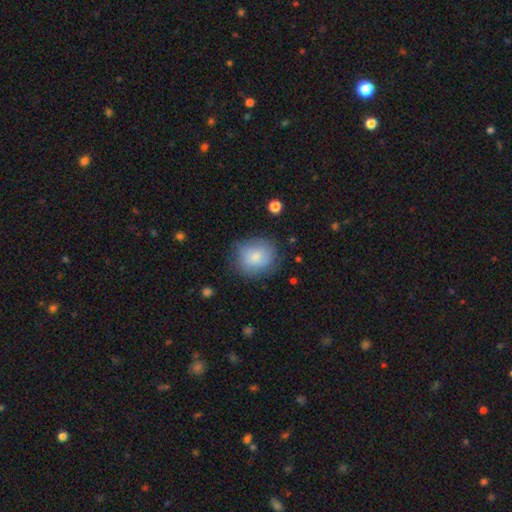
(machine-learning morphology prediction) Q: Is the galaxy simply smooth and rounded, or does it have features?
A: smooth — 80%.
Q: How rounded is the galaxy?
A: round — 73%.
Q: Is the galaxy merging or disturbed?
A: none — 74%.